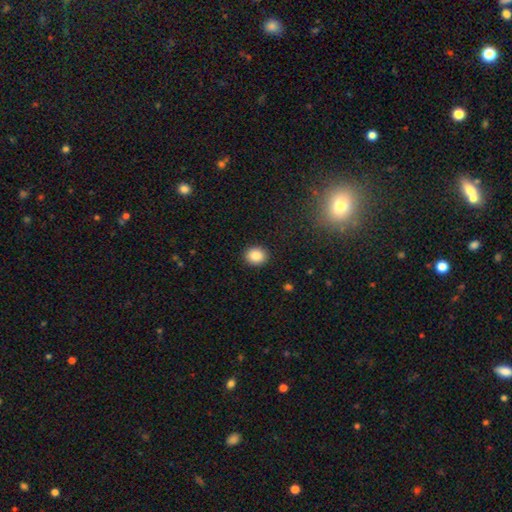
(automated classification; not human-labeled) A smooth galaxy with no disk features (87%) that is round (65%). Merging: none (91%).